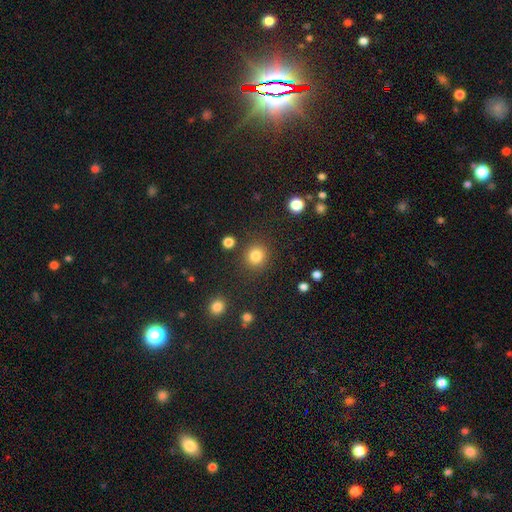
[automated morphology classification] A smooth galaxy with no disk features (83%) that is round (90%).

Vote fractions:
- Smooth or featured? smooth: 83% / star or artifact: 12% / featured or disk: 5%
- How rounded? round: 90% / in between: 9% / cigar-shaped: 1%
- Merging? none: 87% / minor disturbance: 7% / major disturbance: 3% / merger: 3%